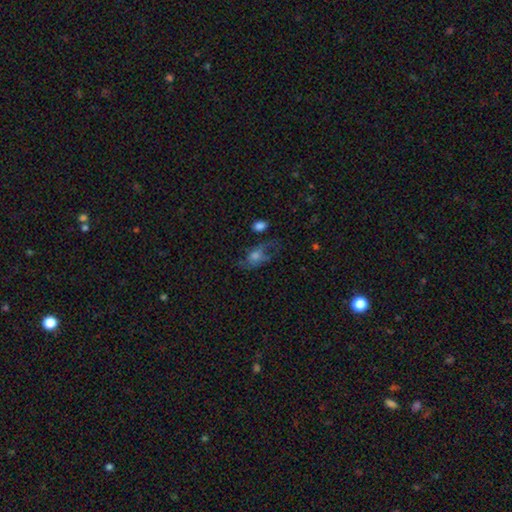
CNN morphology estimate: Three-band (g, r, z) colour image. It shows a smooth galaxy with no disk features (42%). Merging: none (42%).